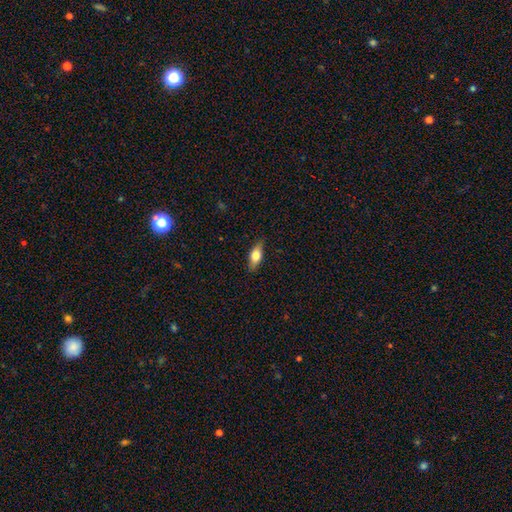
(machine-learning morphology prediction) Smooth or featured? Predicted: smooth (p=0.65). How rounded? Predicted: in between (p=0.73). Merging? Predicted: none (p=0.83).